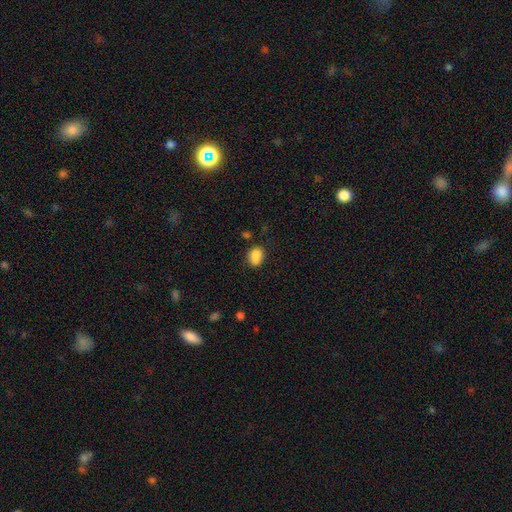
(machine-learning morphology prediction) The model was most divided on "how rounded": in between: 58%, round: 41%, cigar-shaped: 1%. More confident: smooth or featured — smooth (84%); merging — none (60%).